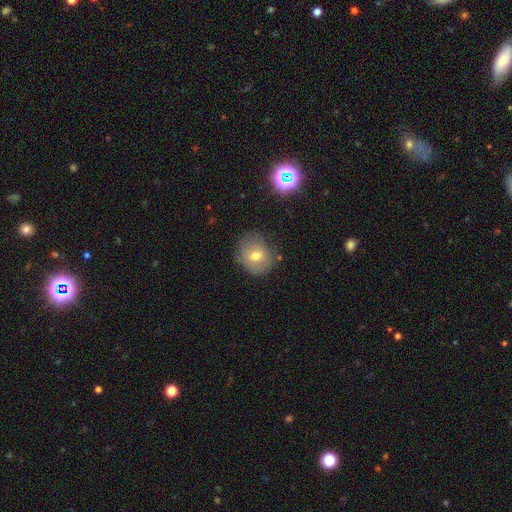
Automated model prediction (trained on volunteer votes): This appears to be a smooth galaxy with no disk features (65%) that is round (76%). Merging: none (71%).